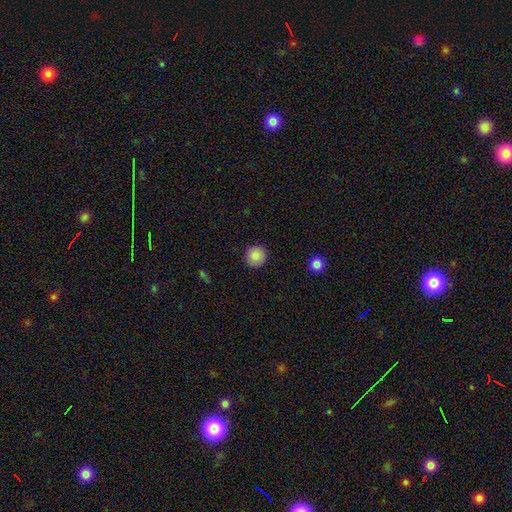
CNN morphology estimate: Smooth or featured? Predicted: smooth (p=0.88). How rounded? Predicted: round (p=0.95). Merging? Predicted: none (p=0.92).